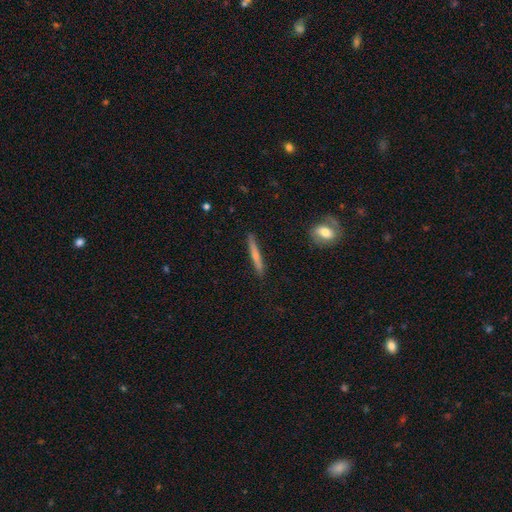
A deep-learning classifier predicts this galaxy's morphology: A smooth galaxy with no disk features (57%) that is cigar-shaped (95%). Merging: none (89%).